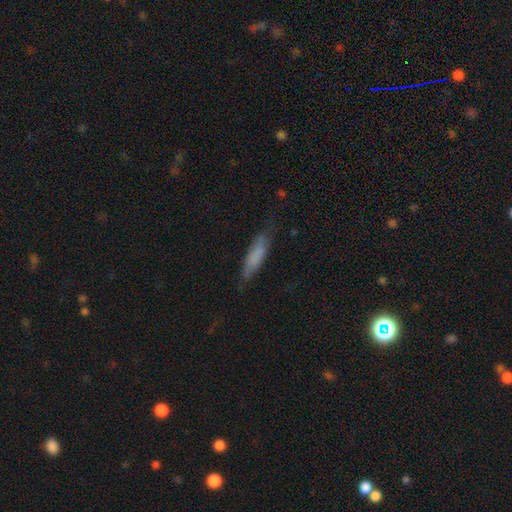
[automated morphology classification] type=smooth (72%); roundness=cigar-shaped (69%); merging=none (68%).